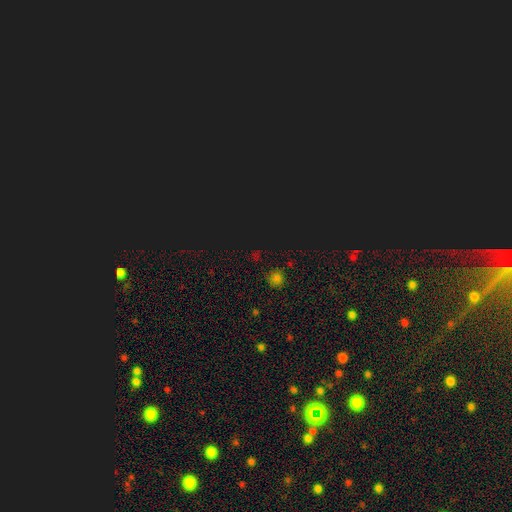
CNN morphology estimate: Smooth or featured: star or artifact — 66% (smooth — 28%)